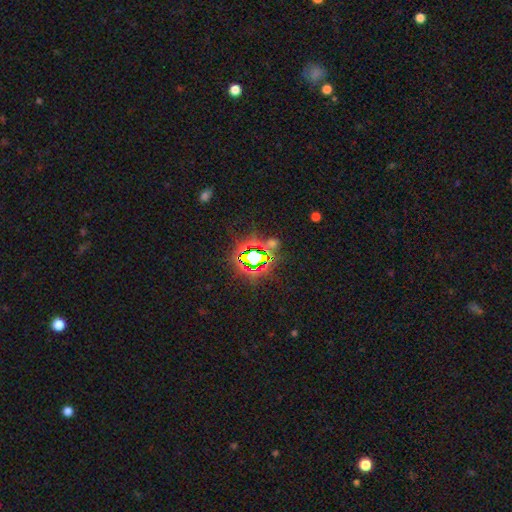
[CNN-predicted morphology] A star or artifact, not a galaxy (76%).